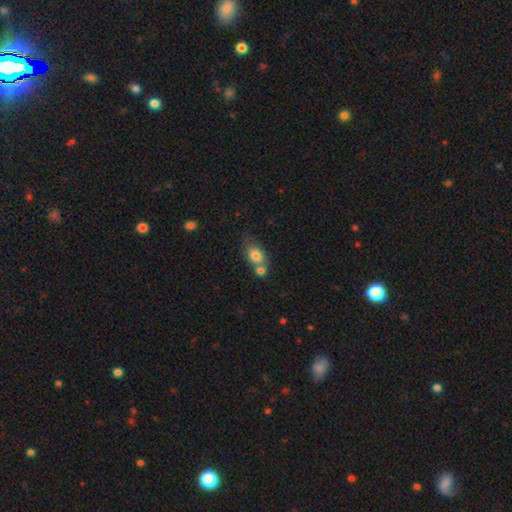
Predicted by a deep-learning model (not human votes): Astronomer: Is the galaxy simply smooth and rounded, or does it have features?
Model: smooth — 77%.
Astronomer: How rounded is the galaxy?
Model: in between — 73%.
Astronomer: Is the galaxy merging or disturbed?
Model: none — 42% (runner-up: merger, 40%).